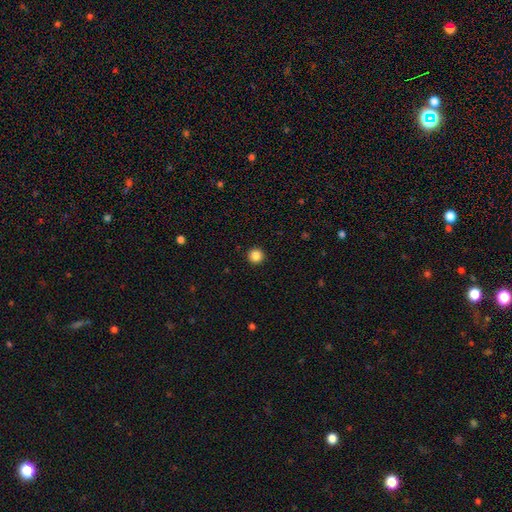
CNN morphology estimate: Q: Smooth or featured?
A: smooth (85%); runner-up: star or artifact (11%)
Q: How rounded?
A: round (96%); runner-up: in between (3%)
Q: Merging?
A: none (94%); runner-up: minor disturbance (4%)